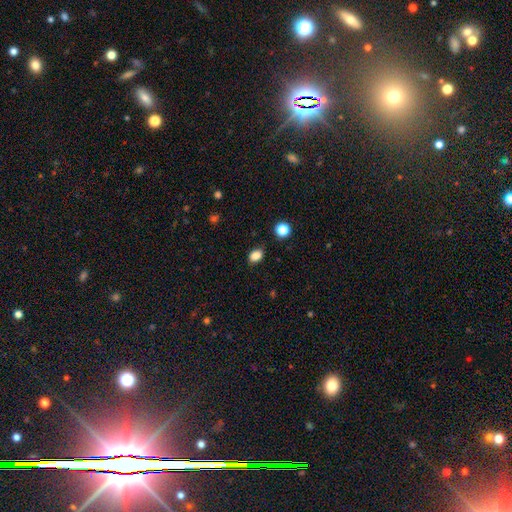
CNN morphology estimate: Overall: smooth (85%). How rounded: in between (75%). Merging: none (85%).